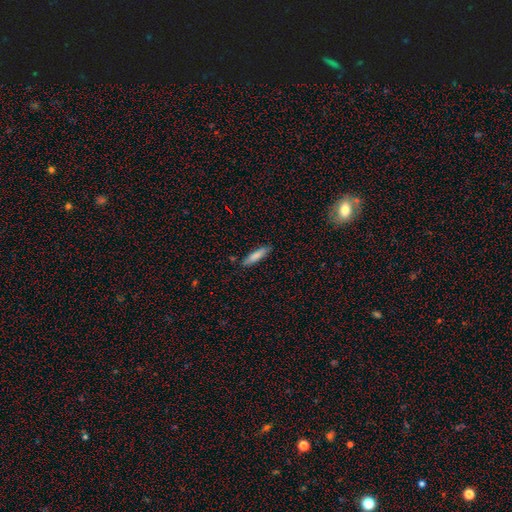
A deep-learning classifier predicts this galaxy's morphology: This appears to be a smooth galaxy with no disk features (82%) that is cigar-shaped (78%). Merging: none (86%).